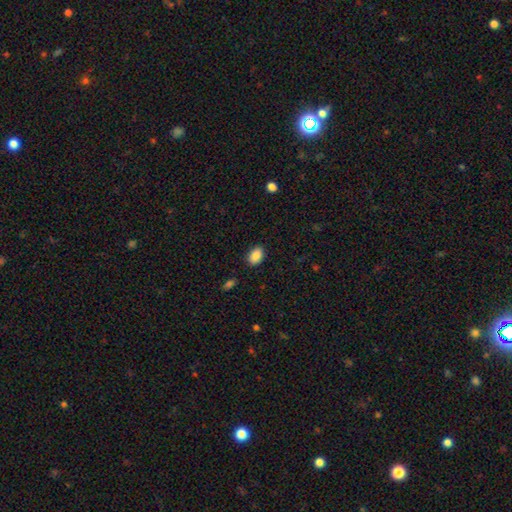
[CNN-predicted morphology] The model was most divided on "merging": none: 87%, minor disturbance: 9%, major disturbance: 2%, merger: 1%. More confident: how rounded — in between (89%); smooth or featured — smooth (88%).